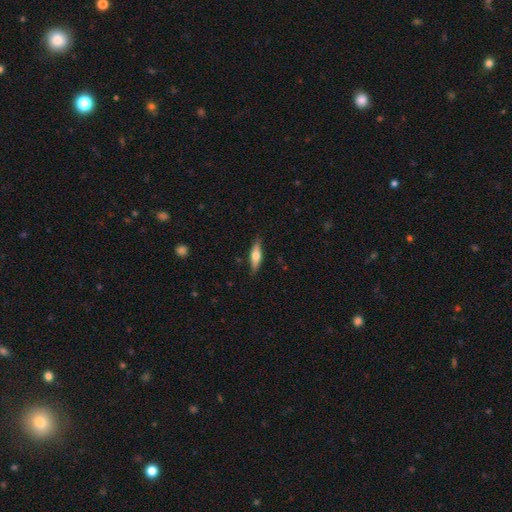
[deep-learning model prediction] Overall: smooth (51%; featured or disk 43%). How rounded: cigar-shaped (63%; in between 35%). Merging: none (85%).